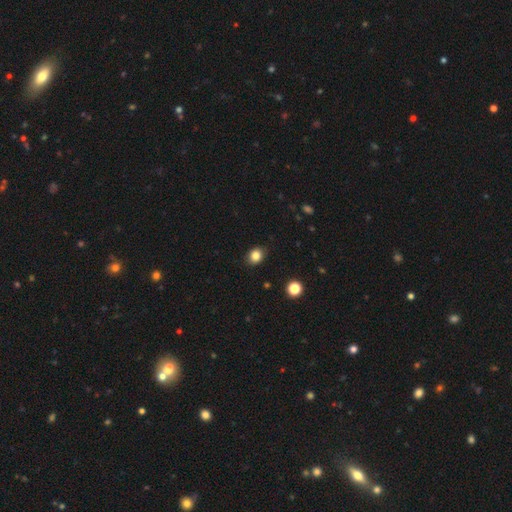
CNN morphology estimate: smooth_or_featured: smooth (p=0.84) [alt: star or artifact p=0.11]
how_rounded: round (p=0.52) [alt: in between p=0.47]
merging: none (p=0.87) [alt: minor disturbance p=0.10]